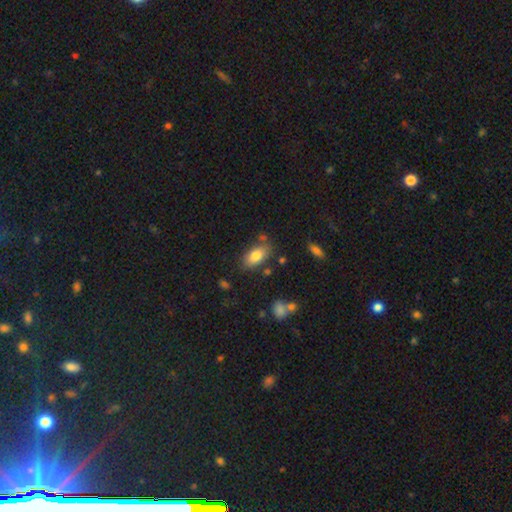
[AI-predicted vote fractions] Morphology: type=smooth (80%); roundness=in between (92%); merging=none (76%).